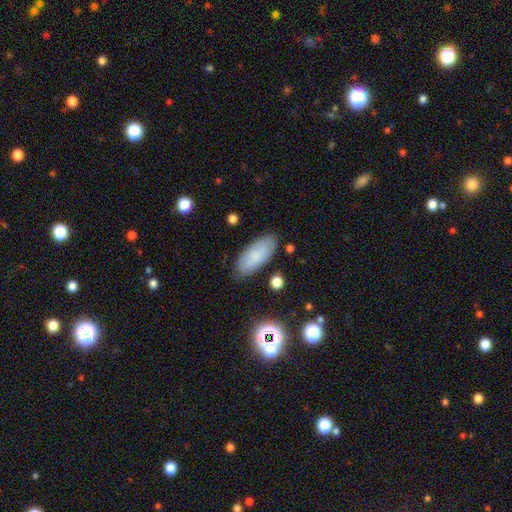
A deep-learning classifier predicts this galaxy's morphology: type=smooth (76%); roundness=in between (87%); merging=none (82%).